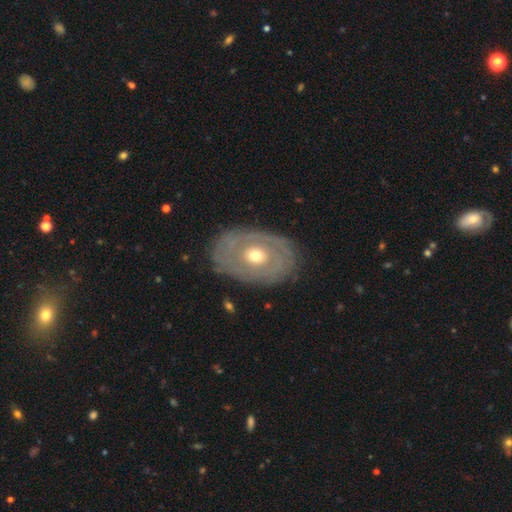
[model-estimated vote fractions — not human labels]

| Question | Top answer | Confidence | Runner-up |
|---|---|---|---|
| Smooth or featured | featured or disk | 69% | smooth (26%) |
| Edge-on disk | no | 94% | yes (6%) |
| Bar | no | 86% | weak (10%) |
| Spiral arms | no | 56% | yes (44%) |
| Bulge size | moderate | 63% | small (31%) |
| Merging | none | 80% | minor disturbance (14%) |